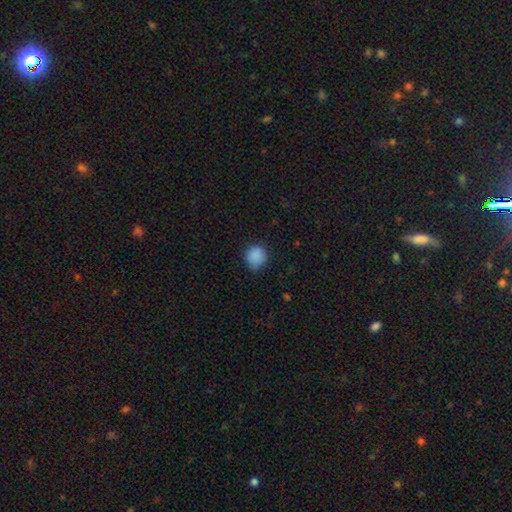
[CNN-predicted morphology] Smooth or featured? Predicted: smooth (p=0.87). How rounded? Predicted: round (p=0.83). Merging? Predicted: none (p=0.65).